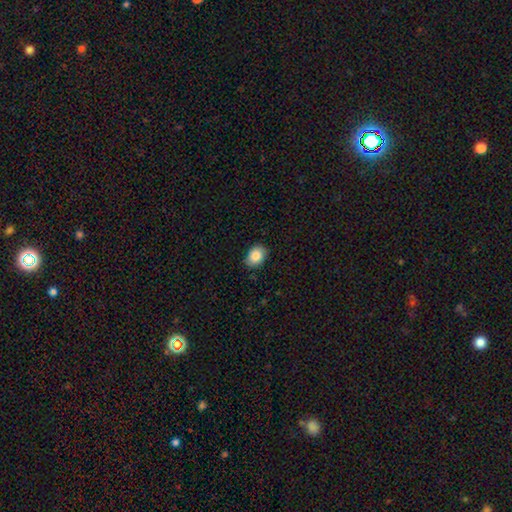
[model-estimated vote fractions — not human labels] smooth 86%, star or artifact 8%, featured or disk 6%. Down the decision tree: how rounded — in between (70%); merging — none (79%).